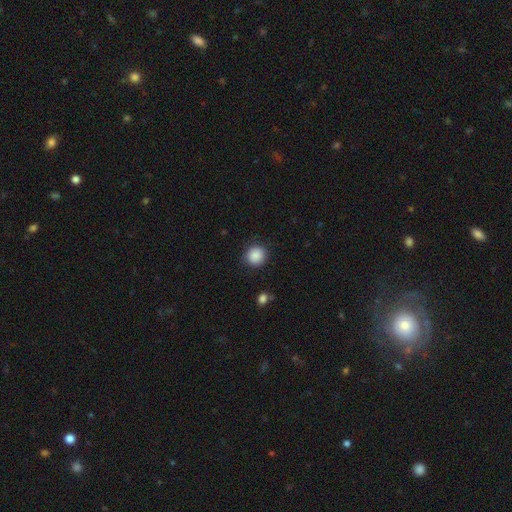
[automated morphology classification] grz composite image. It shows a smooth galaxy with no disk features (88%) that is round (92%). Merging: none (89%).